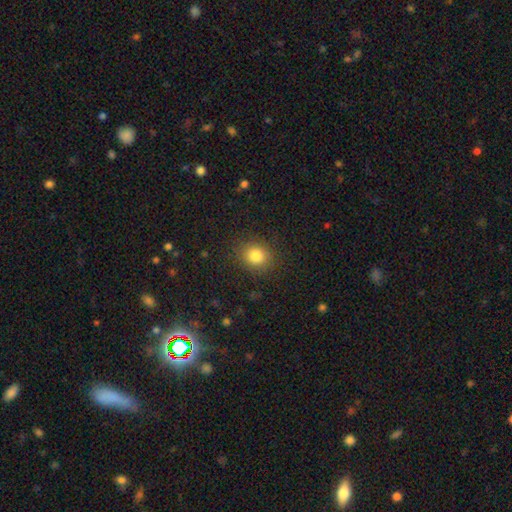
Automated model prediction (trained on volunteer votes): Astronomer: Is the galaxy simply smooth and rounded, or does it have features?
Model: smooth — 82%.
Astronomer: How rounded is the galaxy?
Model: round — 77%.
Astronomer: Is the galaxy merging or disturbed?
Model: none — 87%.